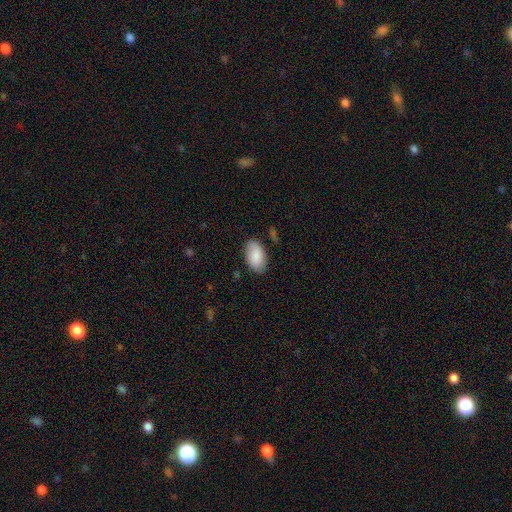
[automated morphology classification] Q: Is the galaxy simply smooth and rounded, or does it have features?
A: smooth — 82%.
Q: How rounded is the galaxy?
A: in between — 94%.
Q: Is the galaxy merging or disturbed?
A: none — 81%.